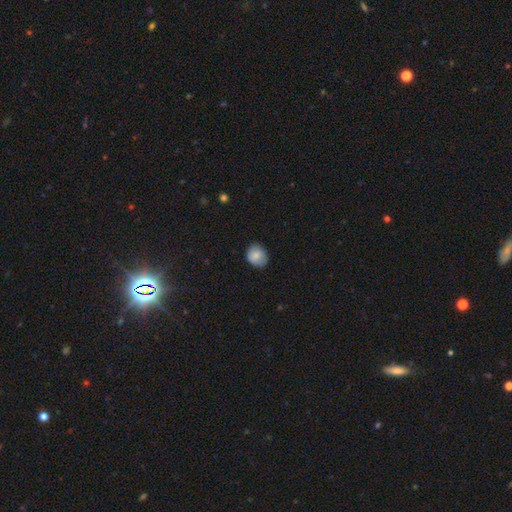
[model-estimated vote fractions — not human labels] The model was most divided on "how rounded": round: 64%, in between: 35%, cigar-shaped: 1%. More confident: smooth or featured — smooth (83%); merging — none (75%).